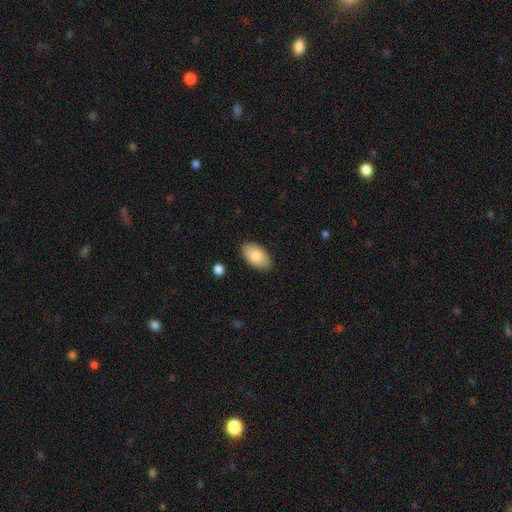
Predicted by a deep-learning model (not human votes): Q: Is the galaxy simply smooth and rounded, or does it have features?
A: smooth — 82%.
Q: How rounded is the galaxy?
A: in between — 95%.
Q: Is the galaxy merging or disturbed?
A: none — 87%.